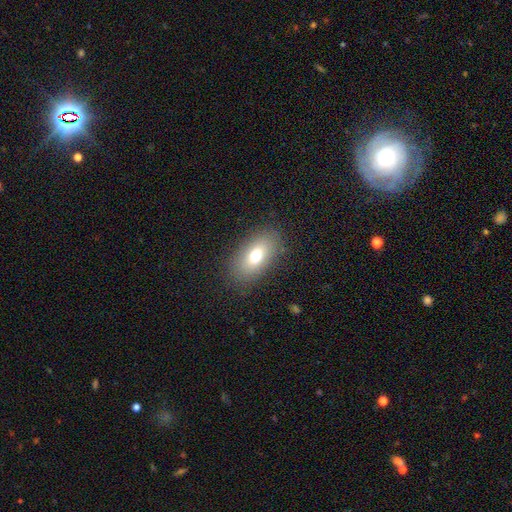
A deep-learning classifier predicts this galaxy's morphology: Smooth or featured? smooth (71%)
How rounded? in between (88%)
Merging? none (85%)